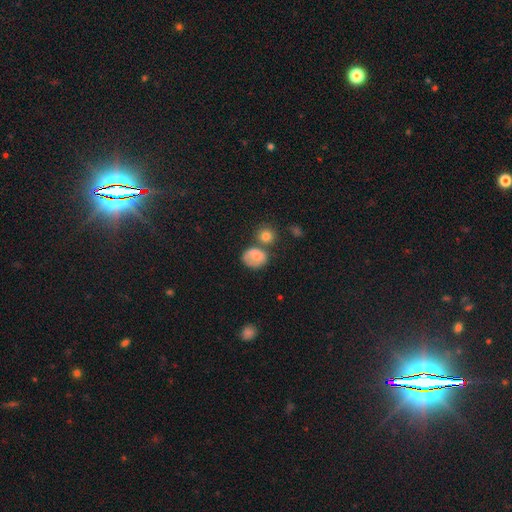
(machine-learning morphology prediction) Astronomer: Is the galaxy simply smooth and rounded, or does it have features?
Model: smooth — 72%.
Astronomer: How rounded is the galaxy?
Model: round — 57% (runner-up: in between, 42%).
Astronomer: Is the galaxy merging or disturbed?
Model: none — 48%.